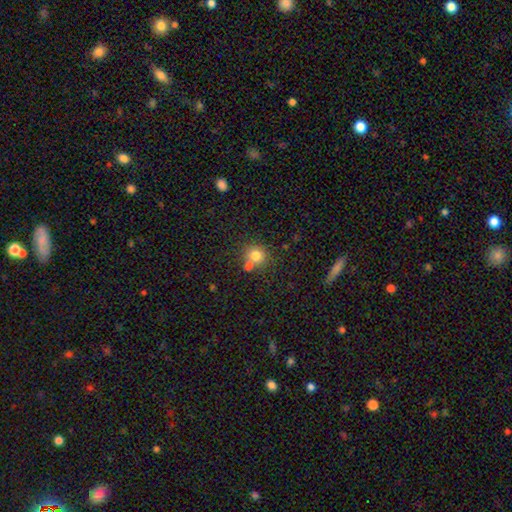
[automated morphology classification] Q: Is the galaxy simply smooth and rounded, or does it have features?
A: smooth — 78%.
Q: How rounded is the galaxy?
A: round — 84%.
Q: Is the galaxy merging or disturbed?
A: none — 56%.